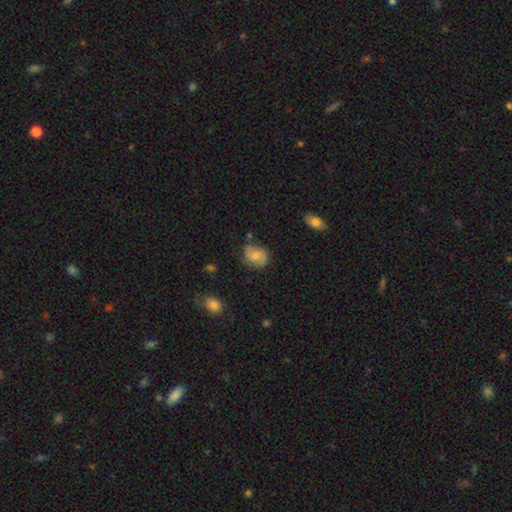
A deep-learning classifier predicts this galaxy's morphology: This is possibly a smooth galaxy (54%). How rounded: possibly round (52%). Merging: likely none (66%).